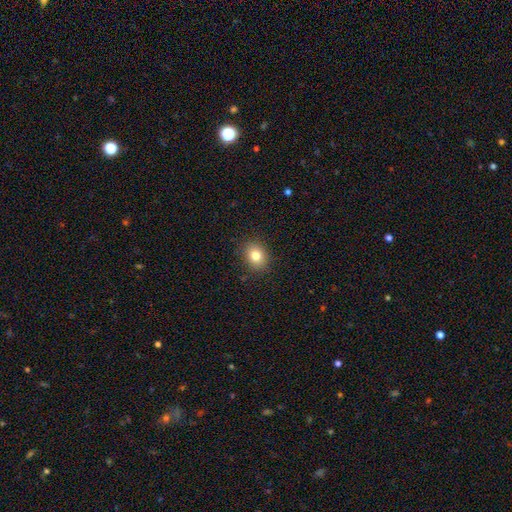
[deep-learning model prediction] A smooth galaxy with no disk features (80%) that is round (52%).

Vote fractions:
- Smooth or featured? smooth: 80% / star or artifact: 11% / featured or disk: 9%
- How rounded? round: 52% / in between: 47% / cigar-shaped: 1%
- Merging? none: 88% / minor disturbance: 8% / major disturbance: 2% / merger: 1%